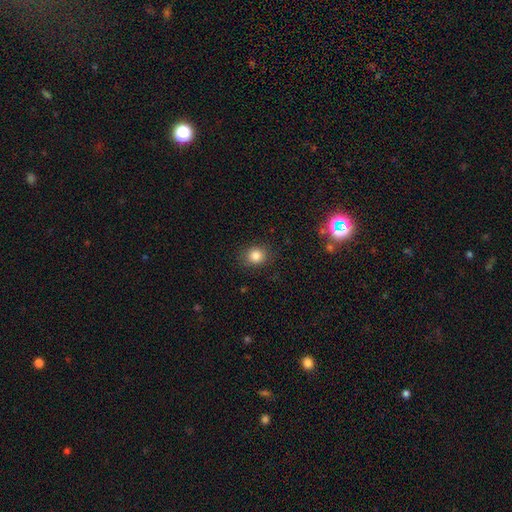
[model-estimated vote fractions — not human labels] smooth 83%, star or artifact 11%, featured or disk 6%. Down the decision tree: how rounded — round (73%); merging — none (86%).